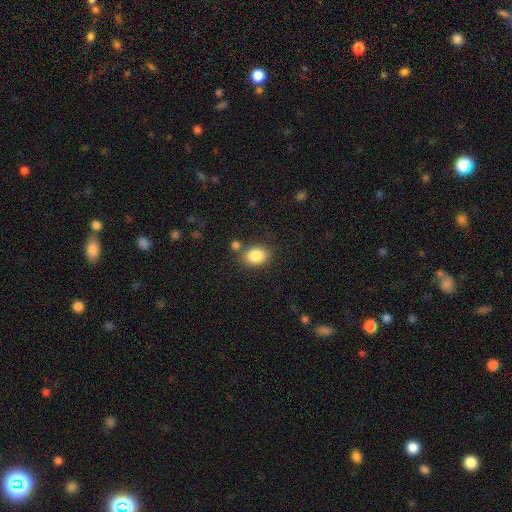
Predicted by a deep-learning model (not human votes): Q: Smooth or featured?
A: smooth (86%); runner-up: star or artifact (8%)
Q: How rounded?
A: in between (74%); runner-up: round (25%)
Q: Merging?
A: none (75%); runner-up: minor disturbance (12%)